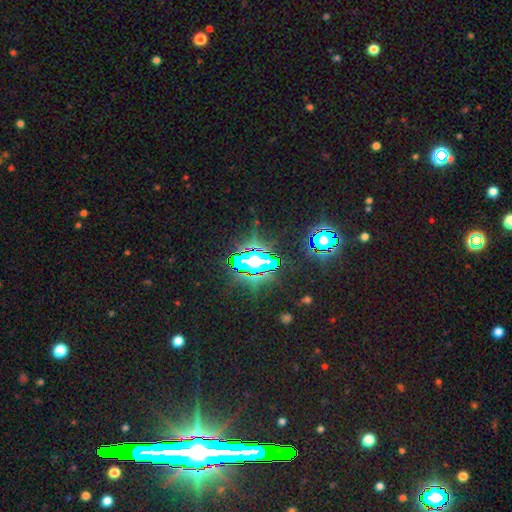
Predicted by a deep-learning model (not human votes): smooth_or_featured: star or artifact (p=0.82) [alt: smooth p=0.10]